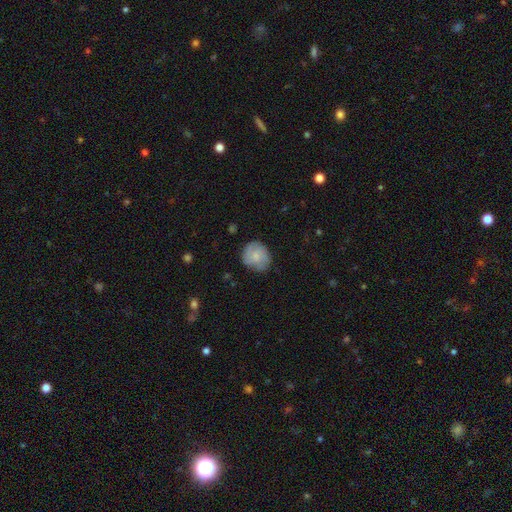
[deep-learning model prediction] smooth_or_featured: smooth (p=0.58) [alt: featured or disk p=0.35]
how_rounded: round (p=0.81) [alt: in between p=0.18]
merging: none (p=0.74) [alt: minor disturbance p=0.20]